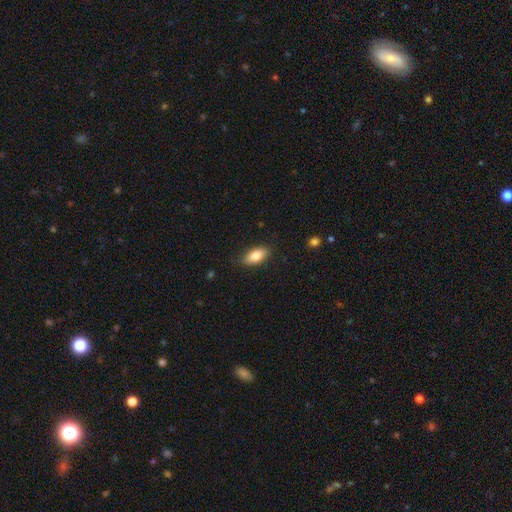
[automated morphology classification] type=smooth (84%); roundness=in between (89%); merging=none (86%).